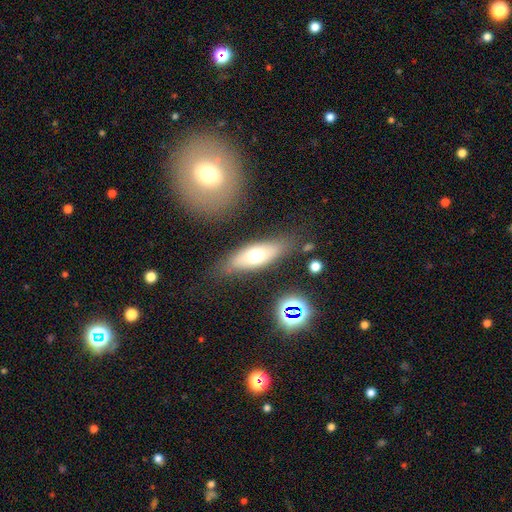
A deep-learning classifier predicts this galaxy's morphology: This is likely a smooth galaxy (61%). How rounded: likely in between (68%). Merging: clearly none (80%).